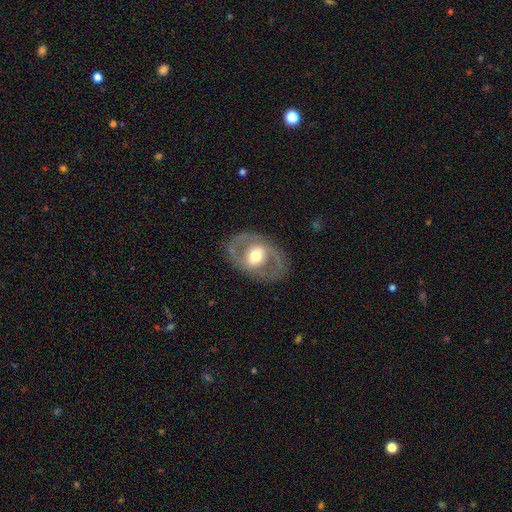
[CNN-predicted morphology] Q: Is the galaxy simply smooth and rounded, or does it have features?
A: featured or disk — 74%.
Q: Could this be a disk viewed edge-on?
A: no — 94%.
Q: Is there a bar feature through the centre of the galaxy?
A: weak — 40%.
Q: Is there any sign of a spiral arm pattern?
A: yes — 58%.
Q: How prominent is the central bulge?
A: moderate — 65%.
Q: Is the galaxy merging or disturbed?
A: none — 80%.